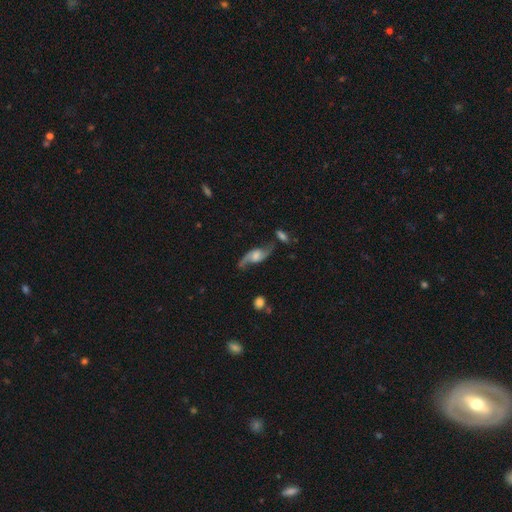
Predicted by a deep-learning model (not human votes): smooth-or-featured: featured or disk: 82% | smooth: 12% | star or artifact: 6%
  disk-edge-on: no: 91% | yes: 9%
    bar: no: 53% | weak: 36% | strong: 11%
    has-spiral-arms: yes: 94% | no: 6%
      spiral-winding: loose: 75% | medium: 20% | tight: 5%
      spiral-arm-count: 2: 92% | 1: 3% | can't tell: 3% | 3: 1% | 4: 1% | more than 4: 1%
    bulge-size: moderate: 38% | small: 25% | large: 20% | none: 14% | dominant: 3%
  merging: none: 66% | minor disturbance: 18% | major disturbance: 10% | merger: 7%